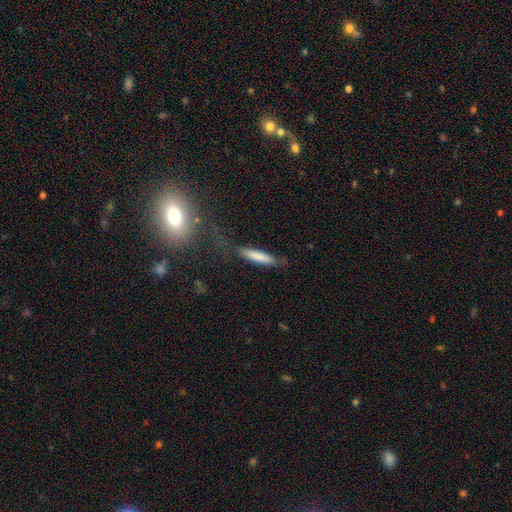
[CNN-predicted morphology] A smooth galaxy with no disk features (72%) that is cigar-shaped (85%).

Vote fractions:
- Smooth or featured? smooth: 72% / featured or disk: 19% / star or artifact: 9%
- How rounded? cigar-shaped: 85% / in between: 13% / round: 2%
- Merging? none: 70% / minor disturbance: 18% / major disturbance: 7% / merger: 4%